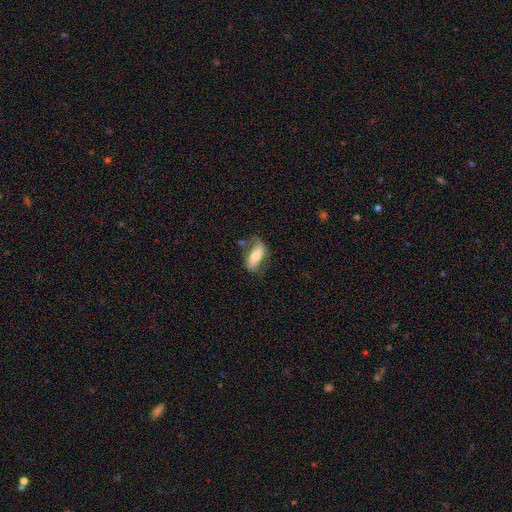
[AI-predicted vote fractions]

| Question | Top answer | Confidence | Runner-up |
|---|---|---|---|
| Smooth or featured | smooth | 51% | featured or disk (43%) |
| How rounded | in between | 73% | cigar-shaped (23%) |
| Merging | none | 56% | minor disturbance (26%) |